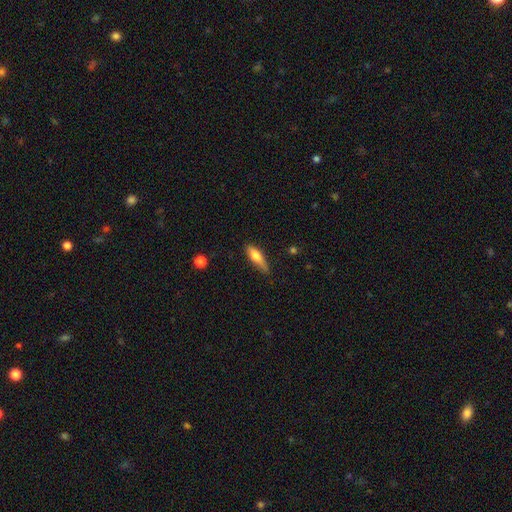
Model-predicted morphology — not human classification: A smooth galaxy with no disk features (68%) that is cigar-shaped (53%).

Vote fractions:
- Smooth or featured? smooth: 68% / featured or disk: 26% / star or artifact: 6%
- How rounded? cigar-shaped: 53% / in between: 44% / round: 2%
- Merging? none: 64% / minor disturbance: 28% / major disturbance: 5% / merger: 2%